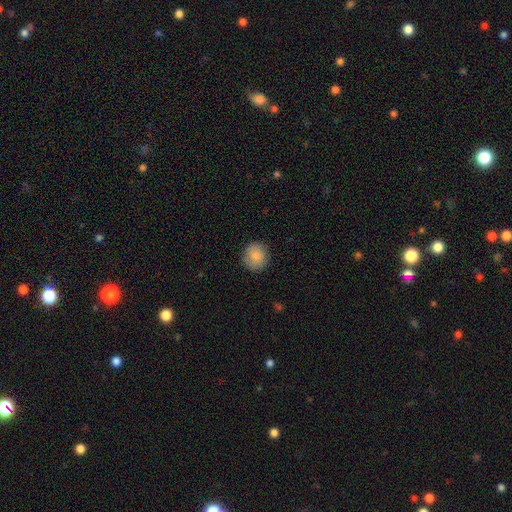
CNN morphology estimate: Smooth or featured: smooth — 86% (star or artifact — 8%)
How rounded: round — 88% (in between — 11%)
Merging: none — 88% (minor disturbance — 9%)